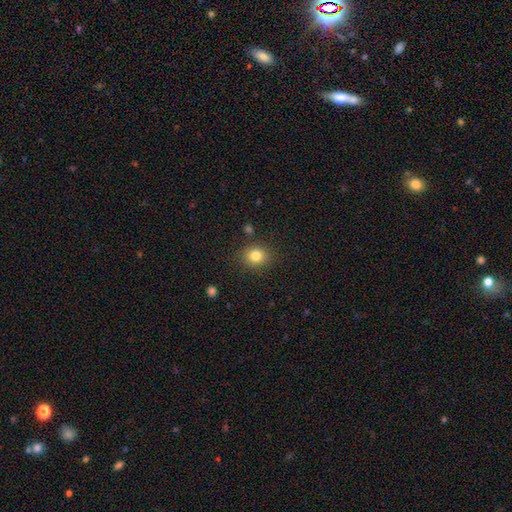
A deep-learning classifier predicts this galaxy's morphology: A smooth galaxy with no disk features (82%) that is round (75%).

Vote fractions:
- Smooth or featured? smooth: 82% / star or artifact: 11% / featured or disk: 6%
- How rounded? round: 75% / in between: 24% / cigar-shaped: 1%
- Merging? none: 86% / minor disturbance: 9% / major disturbance: 3% / merger: 2%